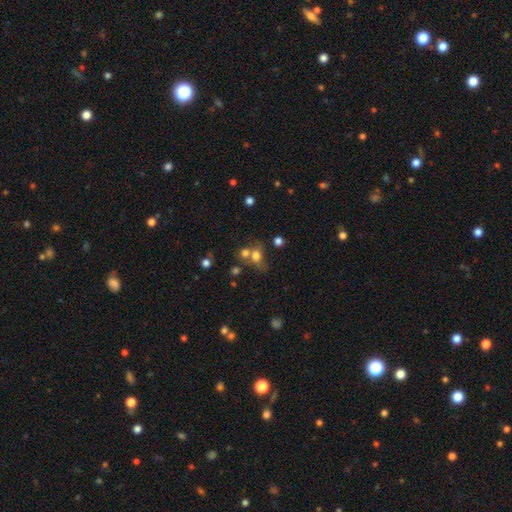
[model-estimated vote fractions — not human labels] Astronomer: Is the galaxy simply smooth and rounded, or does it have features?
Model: smooth — 70%.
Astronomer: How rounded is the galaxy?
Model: round — 60% (runner-up: in between, 38%).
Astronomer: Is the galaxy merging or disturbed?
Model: merger — 42% (runner-up: none, 38%).